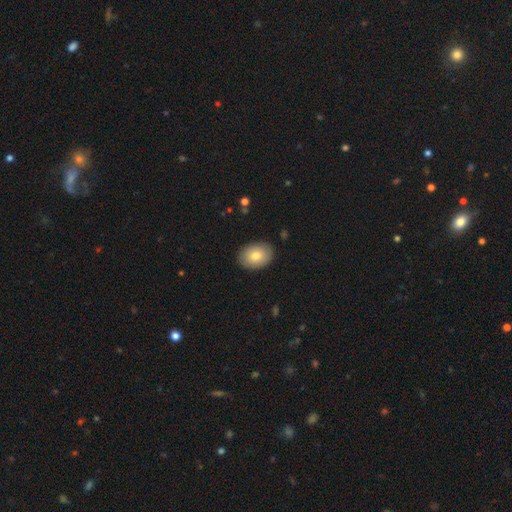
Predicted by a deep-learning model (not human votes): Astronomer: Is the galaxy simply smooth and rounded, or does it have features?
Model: smooth — 77%.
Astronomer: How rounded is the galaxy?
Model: in between — 76%.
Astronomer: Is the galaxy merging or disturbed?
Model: none — 87%.